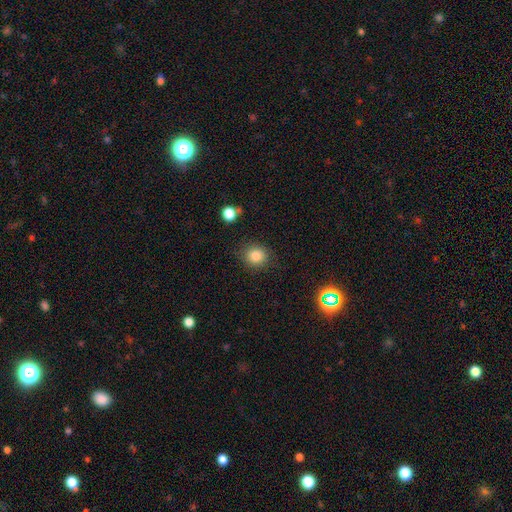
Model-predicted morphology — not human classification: Overall: smooth (84%). How rounded: round (83%). Merging: none (83%).